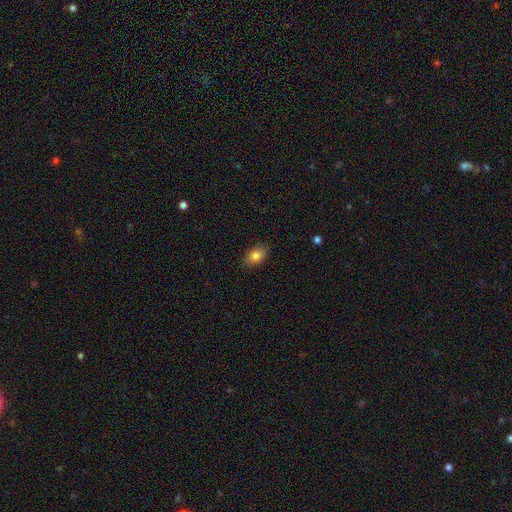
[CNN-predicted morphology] smooth 82%, featured or disk 9%, star or artifact 9%. Down the decision tree: how rounded — in between (81%); merging — none (86%).